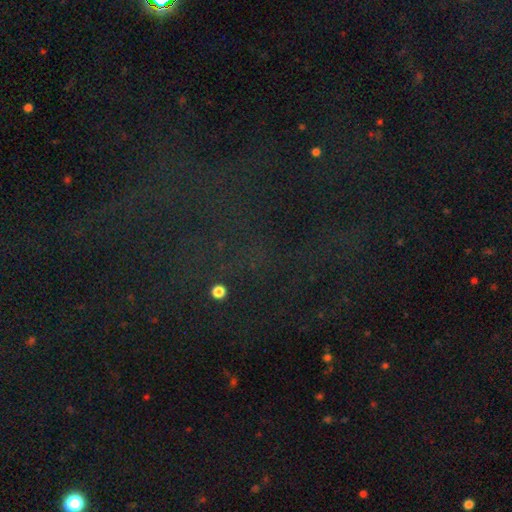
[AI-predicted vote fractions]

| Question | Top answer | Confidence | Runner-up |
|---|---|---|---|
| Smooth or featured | star or artifact | 75% | smooth (14%) |